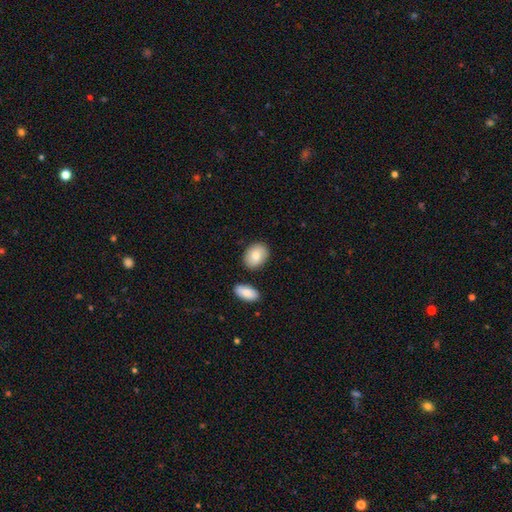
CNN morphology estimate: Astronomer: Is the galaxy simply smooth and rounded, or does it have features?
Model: smooth — 82%.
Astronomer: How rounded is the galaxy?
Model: in between — 73%.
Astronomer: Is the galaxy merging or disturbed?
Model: none — 80%.